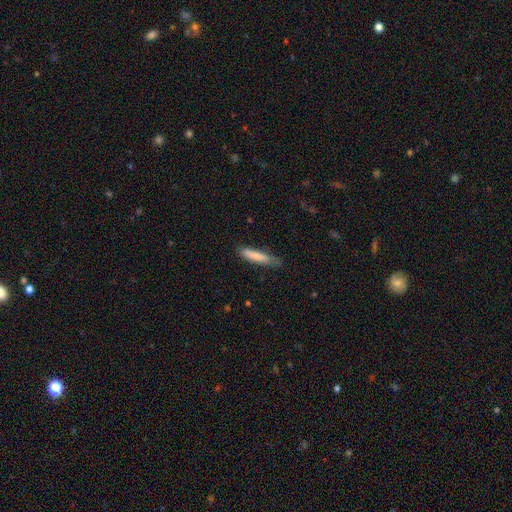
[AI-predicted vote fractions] Morphology: type=smooth (81%); roundness=cigar-shaped (85%); merging=none (67%).